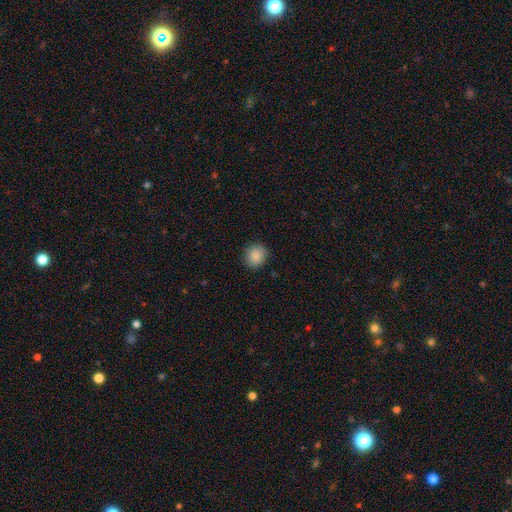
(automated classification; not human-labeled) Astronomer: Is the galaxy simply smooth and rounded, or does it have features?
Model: smooth — 88%.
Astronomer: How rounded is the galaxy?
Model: round — 81%.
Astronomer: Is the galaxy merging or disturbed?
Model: none — 88%.